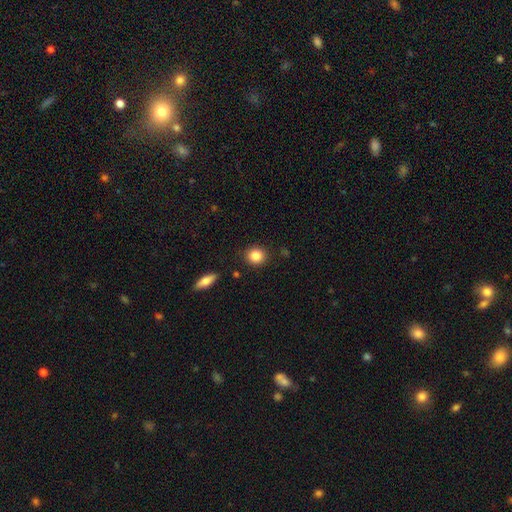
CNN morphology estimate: A smooth galaxy with no disk features (86%) that is round (85%). Merging: none (88%).